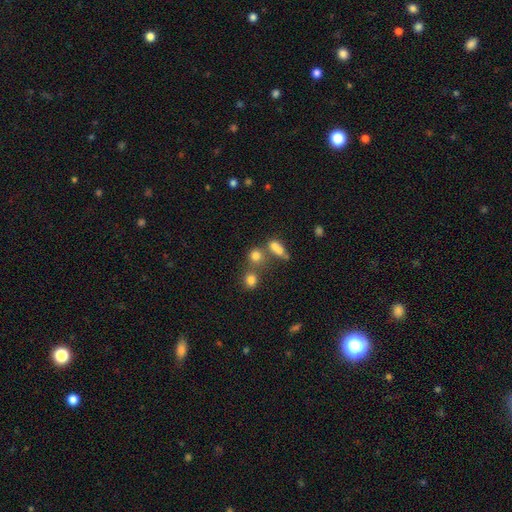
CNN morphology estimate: type=smooth (74%); roundness=round (78%); merging=none (50%).